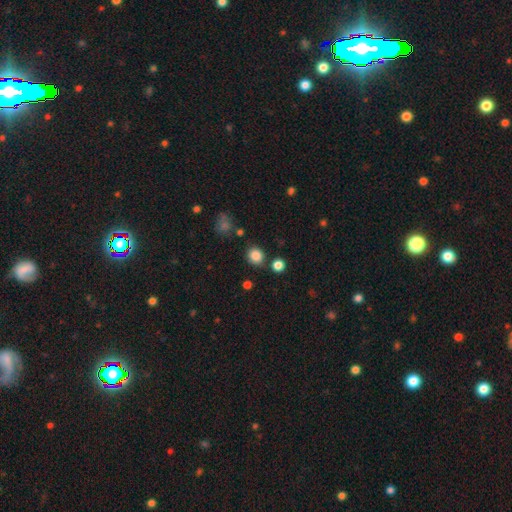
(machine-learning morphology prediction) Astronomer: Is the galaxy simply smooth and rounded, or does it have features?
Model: smooth — 84%.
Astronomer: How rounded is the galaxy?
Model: round — 82%.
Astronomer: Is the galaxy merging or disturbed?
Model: none — 81%.